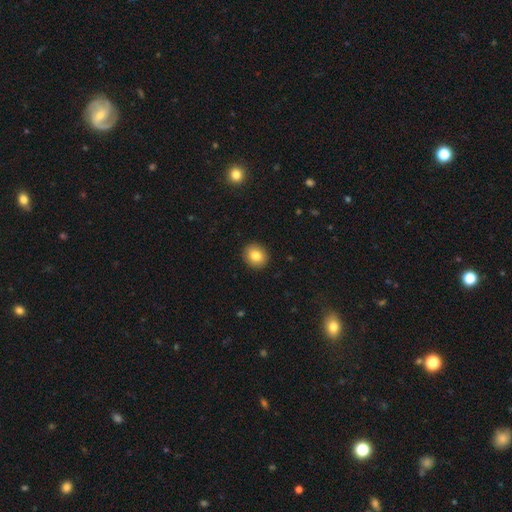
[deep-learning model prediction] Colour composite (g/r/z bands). It shows a smooth galaxy with no disk features (82%) that is round (81%). Merging: none (92%).